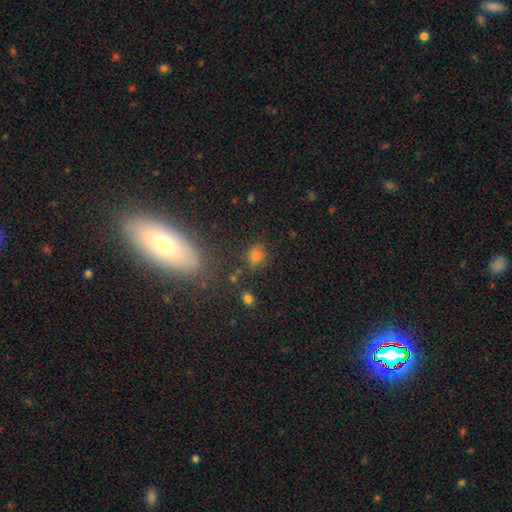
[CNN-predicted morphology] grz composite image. It shows a smooth galaxy with no disk features (72%) that is in between round and cigar-shaped (60%). Merging: none (73%).